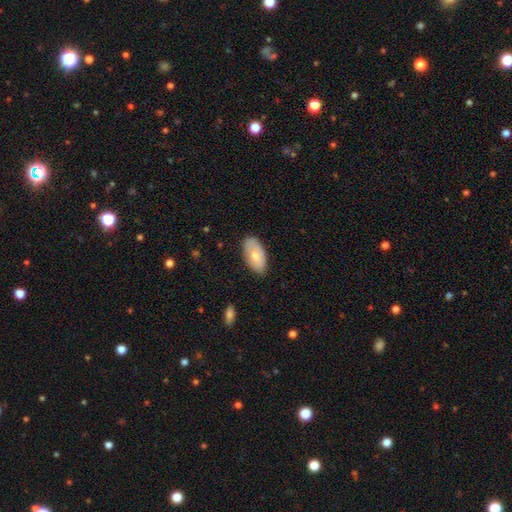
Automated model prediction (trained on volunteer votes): This appears to be a smooth galaxy with no disk features (66%) that is in between round and cigar-shaped (94%). Merging: none (78%).